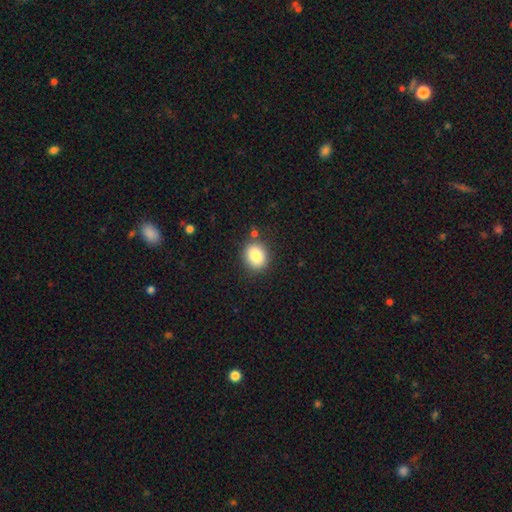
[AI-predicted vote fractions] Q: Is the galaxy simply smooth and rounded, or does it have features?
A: smooth — 83%.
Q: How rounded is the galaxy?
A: round — 62%.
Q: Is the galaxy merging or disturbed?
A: none — 83%.